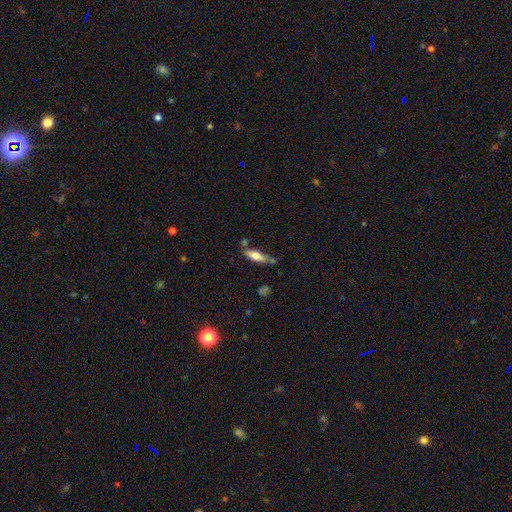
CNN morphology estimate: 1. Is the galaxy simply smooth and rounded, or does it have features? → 63% smooth, 30% featured or disk, 7% star or artifact.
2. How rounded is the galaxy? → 50% cigar-shaped, 48% in between, 2% round.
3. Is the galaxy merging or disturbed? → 60% none, 22% minor disturbance, 12% merger, 6% major disturbance.